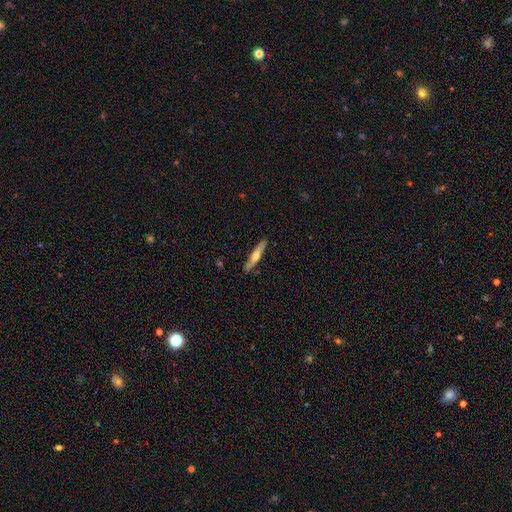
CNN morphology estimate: Smooth or featured? Predicted: featured or disk (p=0.49). Merging? Predicted: none (p=0.87).